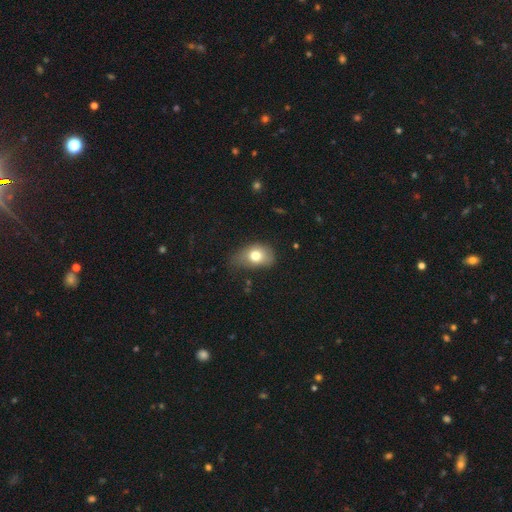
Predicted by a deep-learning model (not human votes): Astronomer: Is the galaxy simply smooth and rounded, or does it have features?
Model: smooth — 73%.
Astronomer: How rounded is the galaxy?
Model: in between — 75%.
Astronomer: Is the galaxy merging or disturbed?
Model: none — 42% (runner-up: minor disturbance, 39%).